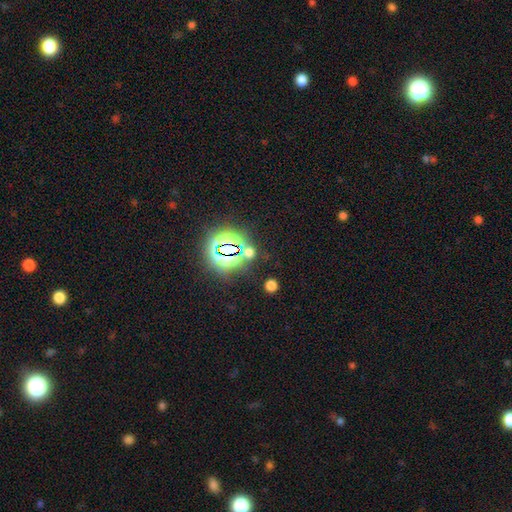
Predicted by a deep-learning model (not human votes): smooth-or-featured: star or artifact: 81% | smooth: 13% | featured or disk: 7%